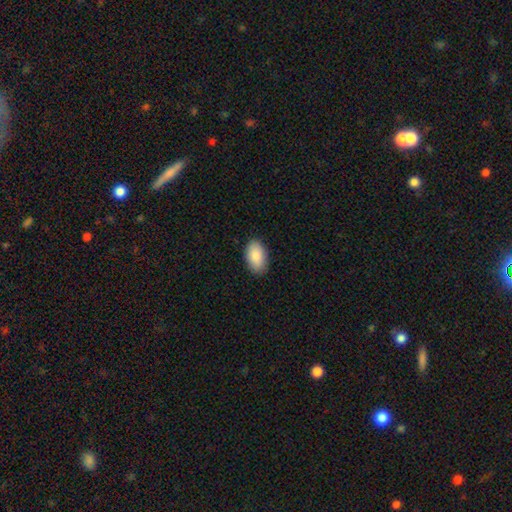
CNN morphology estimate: A smooth galaxy with no disk features (89%) that is in between round and cigar-shaped (95%).

Vote fractions:
- Smooth or featured? smooth: 89% / star or artifact: 6% / featured or disk: 5%
- How rounded? in between: 95% / round: 4% / cigar-shaped: 1%
- Merging? none: 88% / minor disturbance: 9% / major disturbance: 2% / merger: 1%